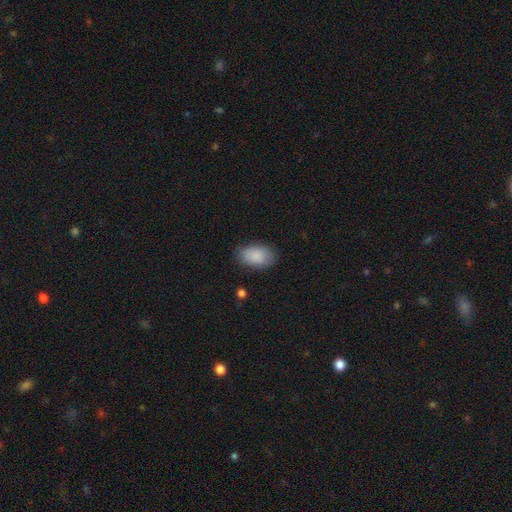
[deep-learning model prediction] The model was most divided on "merging": none: 80%, minor disturbance: 15%, major disturbance: 4%, merger: 1%. More confident: how rounded — in between (92%); smooth or featured — smooth (87%).